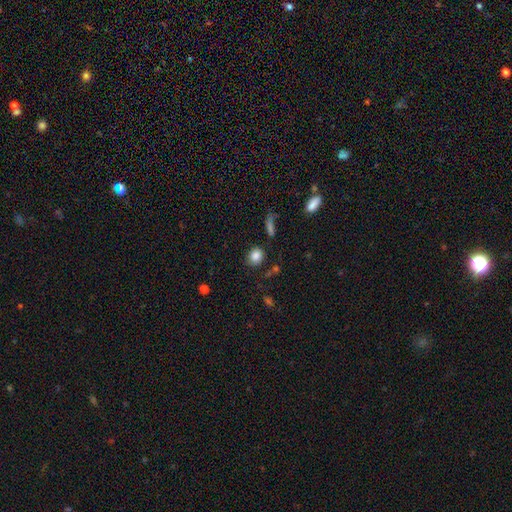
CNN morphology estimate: Smooth or featured? smooth (85%)
How rounded? round (65%)
Merging? none (81%)